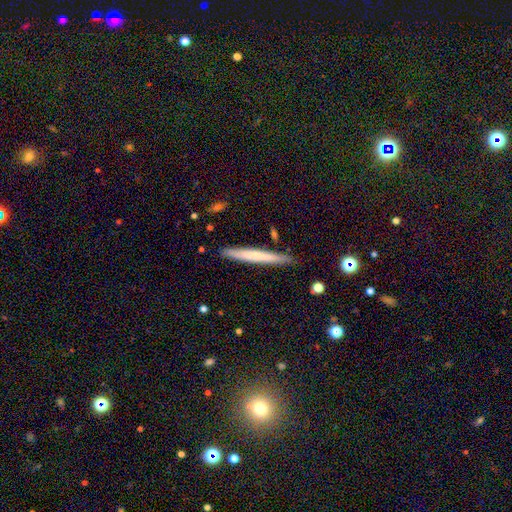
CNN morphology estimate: Smooth or featured? Predicted: smooth (p=0.59). How rounded? Predicted: cigar-shaped (p=0.96). Merging? Predicted: none (p=0.89).